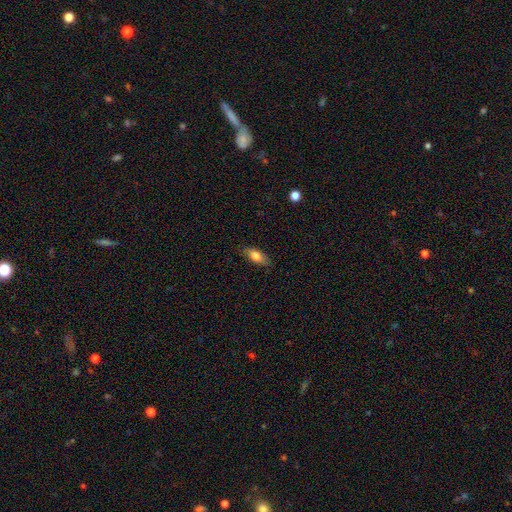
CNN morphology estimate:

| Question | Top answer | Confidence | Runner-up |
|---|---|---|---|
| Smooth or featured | smooth | 80% | featured or disk (13%) |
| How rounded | in between | 81% | cigar-shaped (17%) |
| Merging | none | 82% | minor disturbance (14%) |